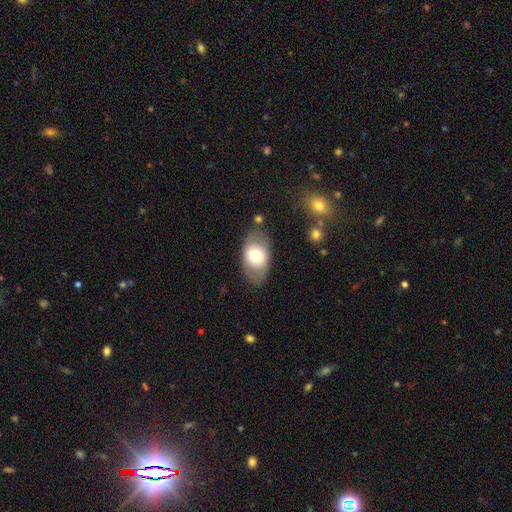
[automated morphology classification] A smooth galaxy with no disk features (68%) that is in between round and cigar-shaped (87%).

Vote fractions:
- Smooth or featured? smooth: 68% / featured or disk: 25% / star or artifact: 7%
- How rounded? in between: 87% / round: 11% / cigar-shaped: 1%
- Merging? none: 77% / minor disturbance: 15% / major disturbance: 5% / merger: 3%